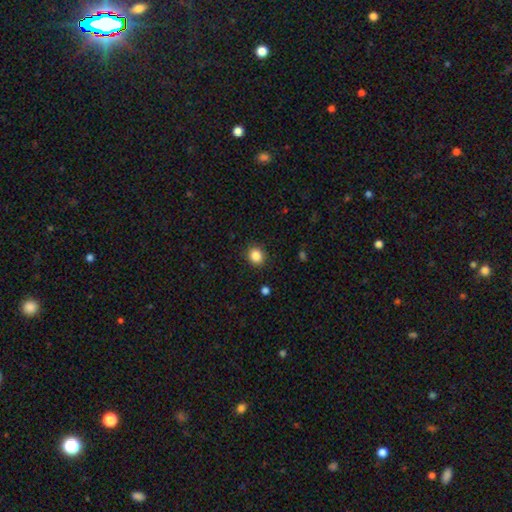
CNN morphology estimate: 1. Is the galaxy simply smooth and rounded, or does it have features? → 85% smooth, 11% star or artifact, 4% featured or disk.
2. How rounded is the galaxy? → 79% round, 20% in between, 1% cigar-shaped.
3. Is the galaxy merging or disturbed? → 91% none, 6% minor disturbance, 2% major disturbance, 1% merger.